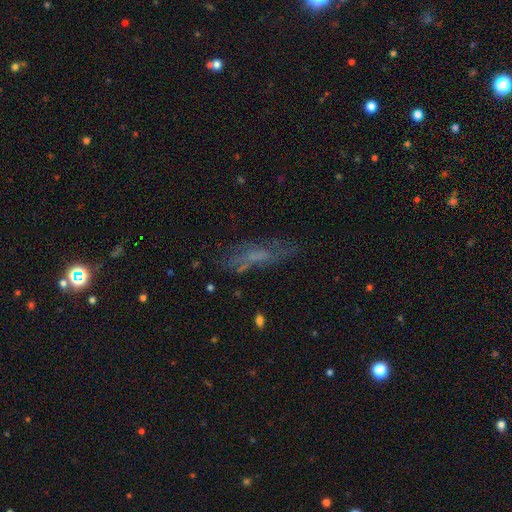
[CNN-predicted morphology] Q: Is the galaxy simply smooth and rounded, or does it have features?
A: smooth — 42%, tied with featured or disk.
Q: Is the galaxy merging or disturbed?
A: none — 60%.